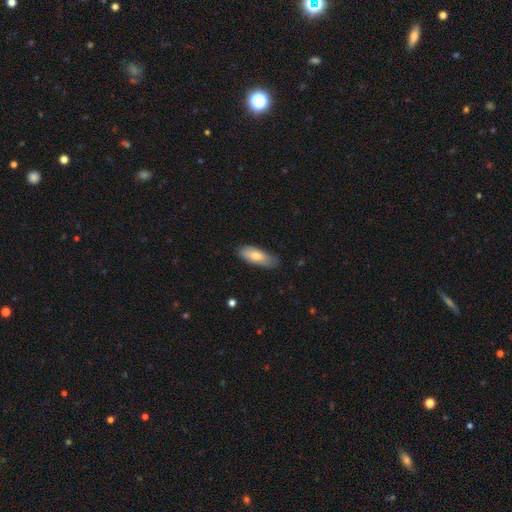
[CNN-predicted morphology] type=smooth (71%); roundness=in between (76%); merging=none (68%).